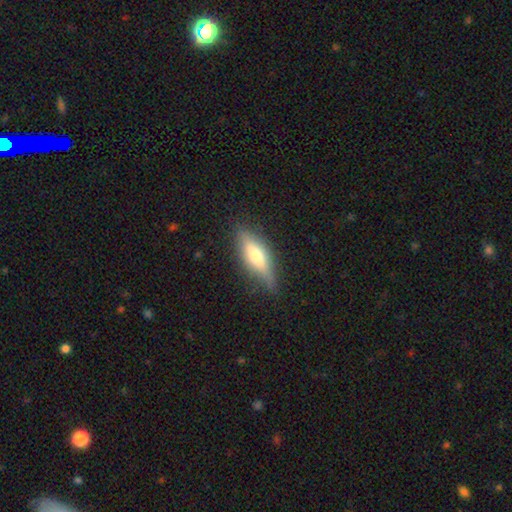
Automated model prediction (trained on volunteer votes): Smooth or featured?
  - featured or disk: 48% *
  - smooth: 45%
  - star or artifact: 7%
Merging?
  - none: 78% *
  - minor disturbance: 16%
  - major disturbance: 4%
  - merger: 1%